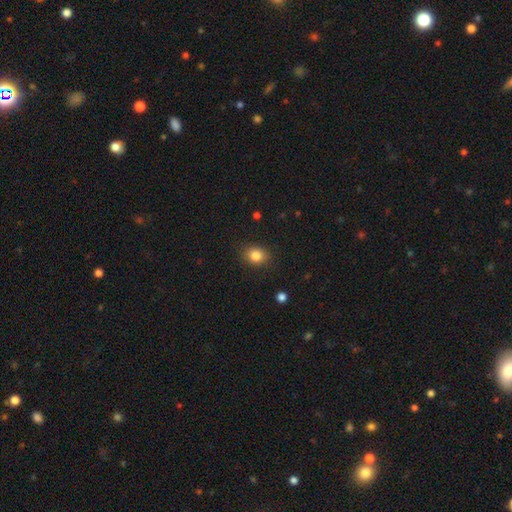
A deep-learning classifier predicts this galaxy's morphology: The model was most divided on "how rounded": round: 55%, in between: 44%, cigar-shaped: 1%. More confident: merging — none (86%); smooth or featured — smooth (84%).